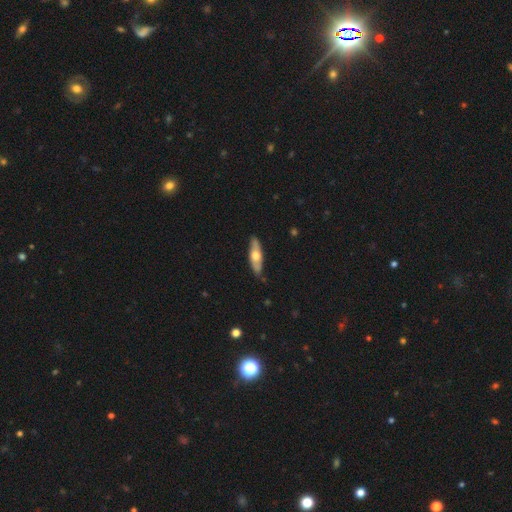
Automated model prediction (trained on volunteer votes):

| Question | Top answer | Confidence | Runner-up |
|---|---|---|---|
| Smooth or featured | featured or disk | 48% | smooth (47%) |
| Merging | none | 85% | minor disturbance (12%) |